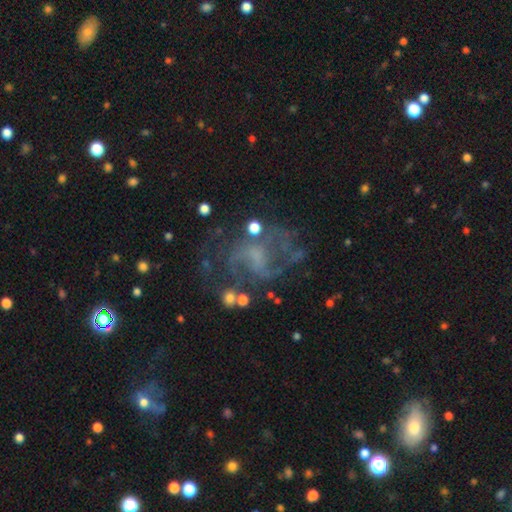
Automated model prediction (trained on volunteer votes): A featured or disk galaxy (75%) with no bar (50%), 2 (36%) medium (47%) spiral arms (83%) and no central bulge (38%). Merging: none (53%).